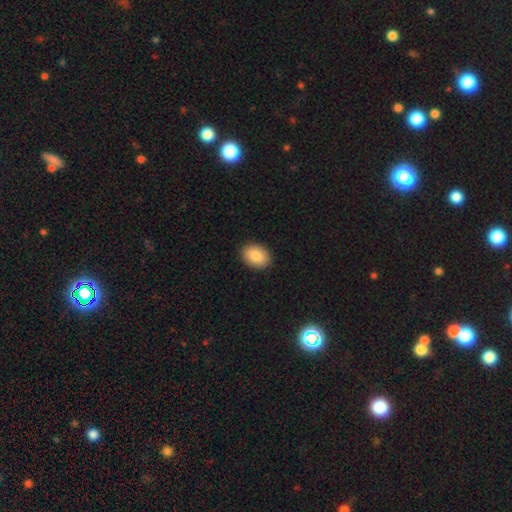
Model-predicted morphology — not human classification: This appears to be a smooth galaxy with no disk features (87%) that is in between round and cigar-shaped (78%). Merging: none (91%).